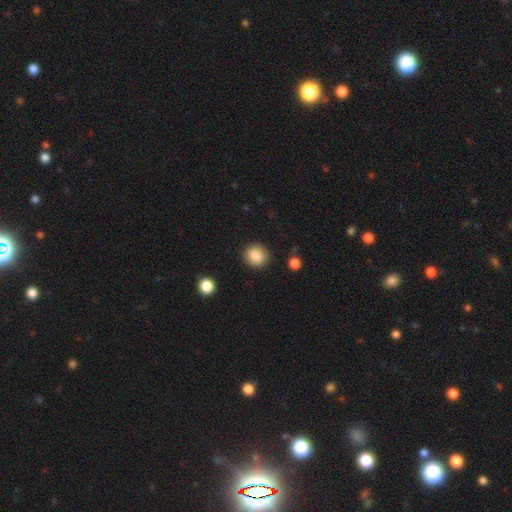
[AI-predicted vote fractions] Overall: smooth (87%). How rounded: round (85%). Merging: none (87%).